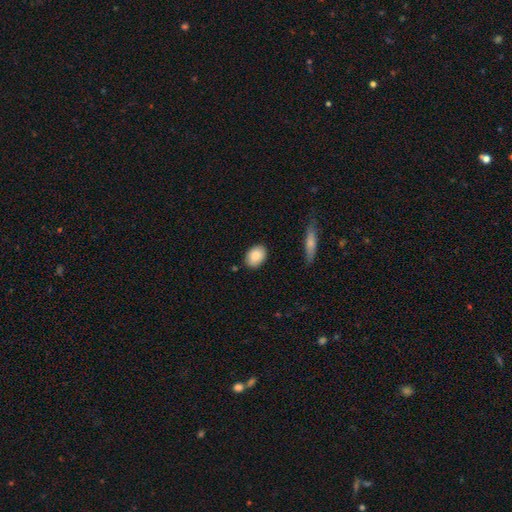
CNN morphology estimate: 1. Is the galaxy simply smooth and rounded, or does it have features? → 87% smooth, 7% star or artifact, 6% featured or disk.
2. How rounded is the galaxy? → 74% in between, 24% round, 2% cigar-shaped.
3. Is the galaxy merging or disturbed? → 85% none, 11% minor disturbance, 2% major disturbance, 2% merger.